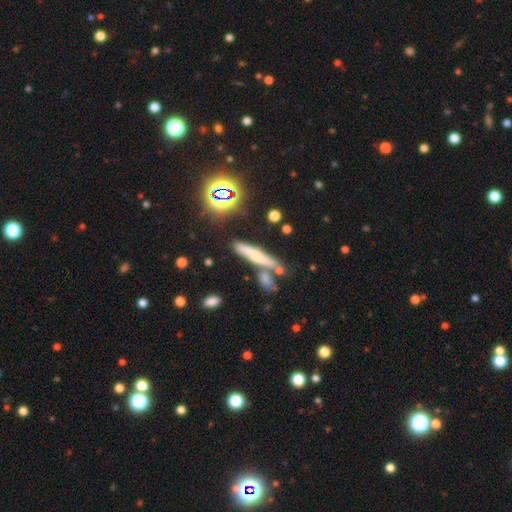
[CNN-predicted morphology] smooth 50%, featured or disk 35%, star or artifact 15%. Down the decision tree: how rounded — cigar-shaped (83%); merging — none (62%).